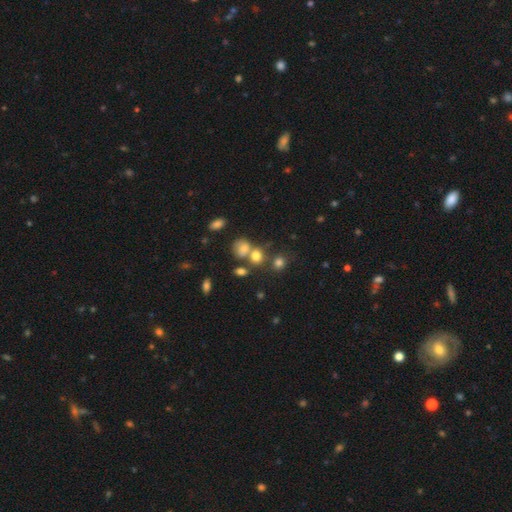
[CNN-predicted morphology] Smooth or featured?
  - smooth: 74% *
  - star or artifact: 15%
  - featured or disk: 11%
How rounded?
  - round: 72% *
  - in between: 27%
  - cigar-shaped: 1%
Merging?
  - none: 49% *
  - merger: 35%
  - minor disturbance: 11%
  - major disturbance: 6%